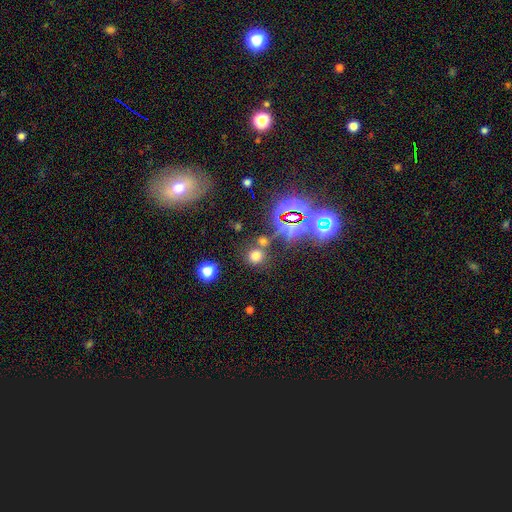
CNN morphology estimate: Overall: smooth (63%; star or artifact 30%). How rounded: round (89%). Merging: none (74%).